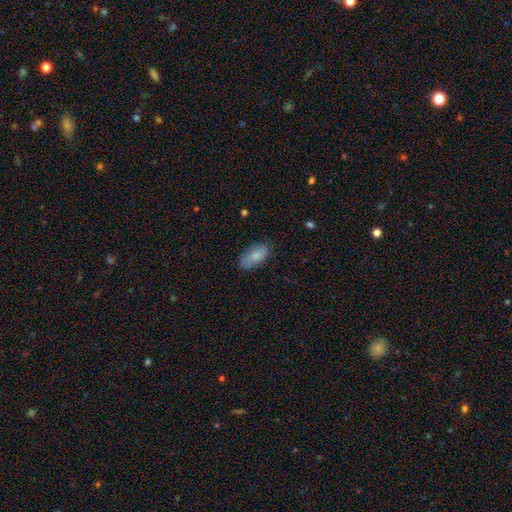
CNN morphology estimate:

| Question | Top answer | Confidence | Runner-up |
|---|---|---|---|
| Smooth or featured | smooth | 80% | featured or disk (13%) |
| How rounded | in between | 92% | cigar-shaped (5%) |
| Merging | none | 75% | minor disturbance (19%) |